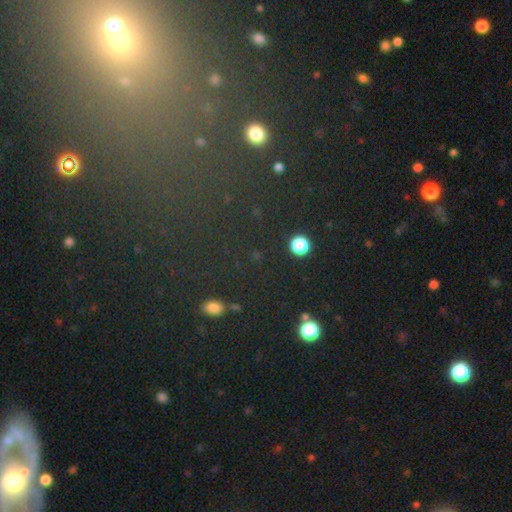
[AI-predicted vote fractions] A star or artifact, not a galaxy (54%).